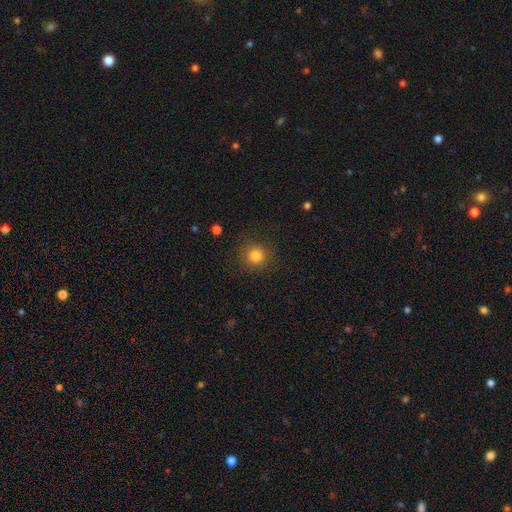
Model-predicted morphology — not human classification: Smooth or featured?
  - smooth: 81% *
  - star or artifact: 13%
  - featured or disk: 6%
How rounded?
  - round: 94% *
  - in between: 5%
  - cigar-shaped: 1%
Merging?
  - none: 90% *
  - minor disturbance: 6%
  - major disturbance: 3%
  - merger: 1%